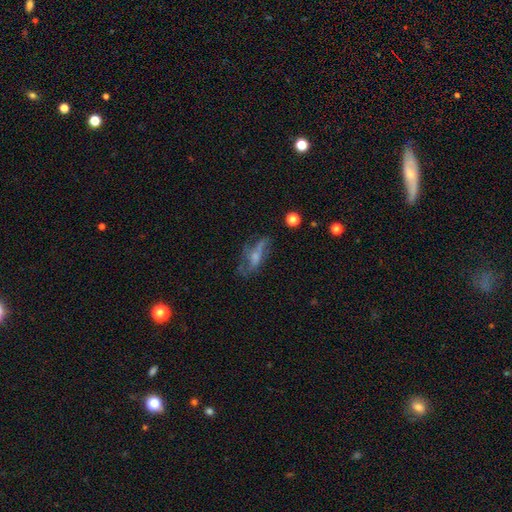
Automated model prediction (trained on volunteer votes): Smooth or featured: featured or disk — 54% (smooth — 34%)
Edge-on disk: no — 79% (yes — 21%)
Merging: none — 44% (major disturbance — 28%)